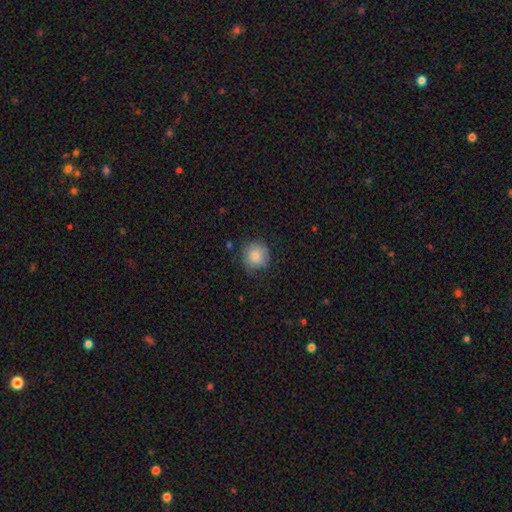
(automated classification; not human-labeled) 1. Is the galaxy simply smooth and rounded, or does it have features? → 84% smooth, 8% star or artifact, 8% featured or disk.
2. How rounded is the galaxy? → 88% round, 11% in between, 1% cigar-shaped.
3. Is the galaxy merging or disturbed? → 72% none, 21% minor disturbance, 5% major disturbance, 2% merger.